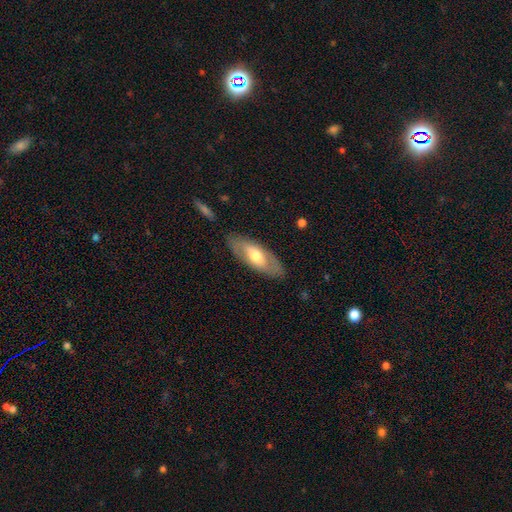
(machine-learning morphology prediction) Smooth or featured? Predicted: featured or disk (p=0.49). Merging? Predicted: none (p=0.84).